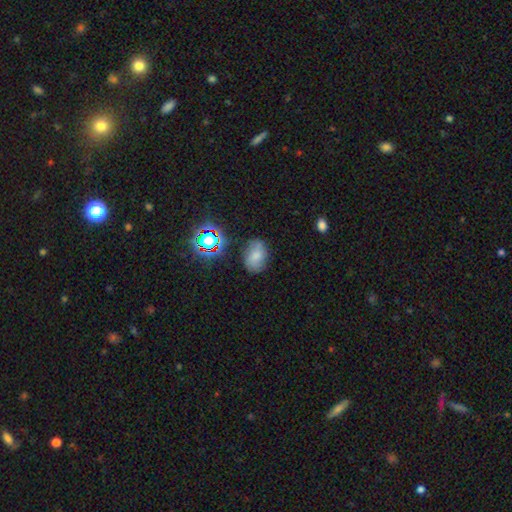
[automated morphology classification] smooth 63%, featured or disk 20%, star or artifact 17%. Down the decision tree: how rounded — in between (78%); merging — none (69%).